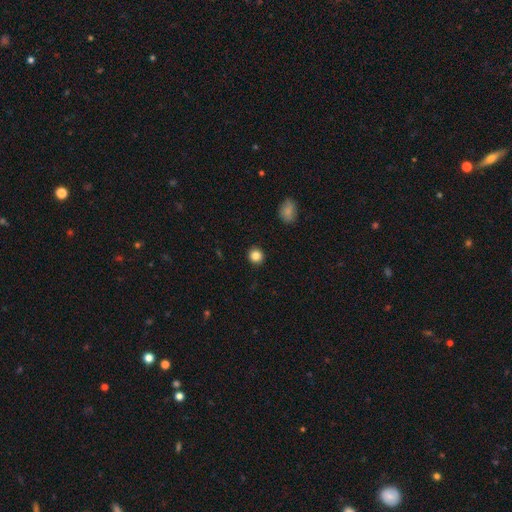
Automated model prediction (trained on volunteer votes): Smooth or featured? Predicted: smooth (p=0.85). How rounded? Predicted: round (p=0.91). Merging? Predicted: none (p=0.92).